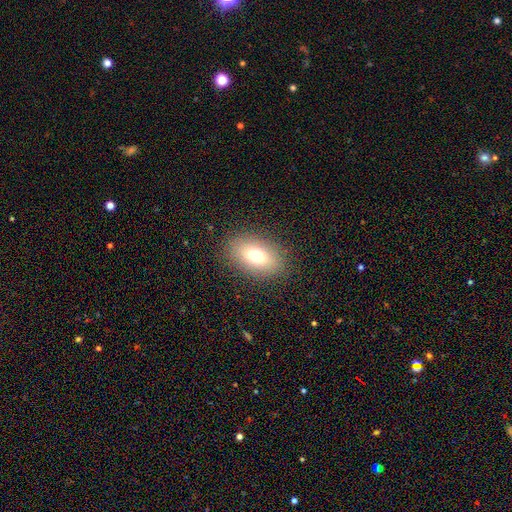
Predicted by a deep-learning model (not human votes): This appears to be a smooth galaxy with no disk features (73%) that is in between round and cigar-shaped (86%). Merging: none (86%).